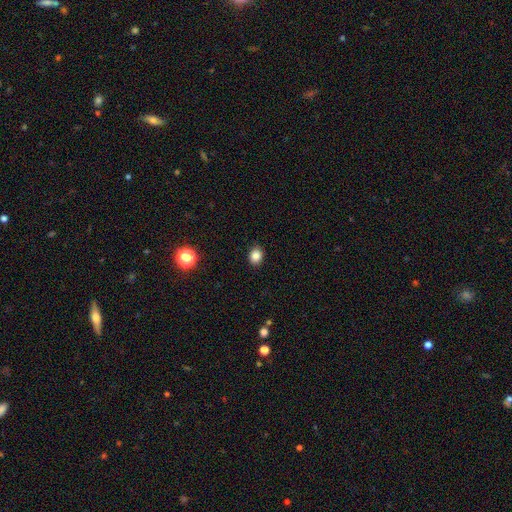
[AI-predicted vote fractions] smooth-or-featured: smooth: 85% | star or artifact: 11% | featured or disk: 4%
  how-rounded: round: 51% | in between: 48% | cigar-shaped: 1%
  merging: none: 89% | minor disturbance: 8% | major disturbance: 2% | merger: 1%